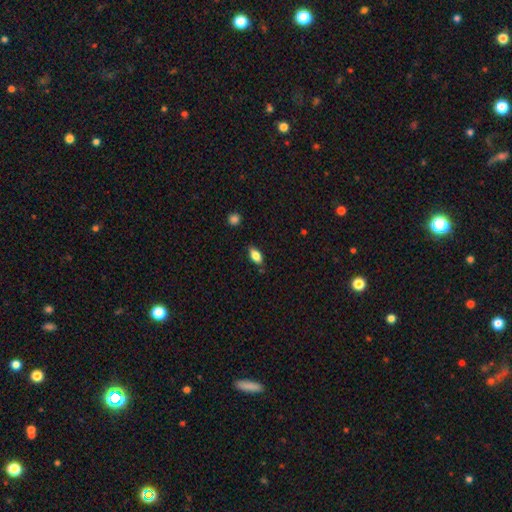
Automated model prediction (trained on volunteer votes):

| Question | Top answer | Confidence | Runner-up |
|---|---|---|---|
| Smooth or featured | smooth | 80% | featured or disk (12%) |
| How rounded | in between | 88% | cigar-shaped (9%) |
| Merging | none | 81% | minor disturbance (14%) |